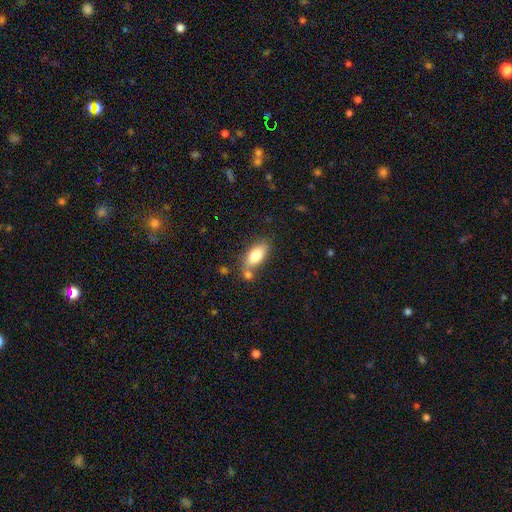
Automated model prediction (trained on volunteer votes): Overall: smooth (79%). How rounded: in between (82%). Merging: none (60%).